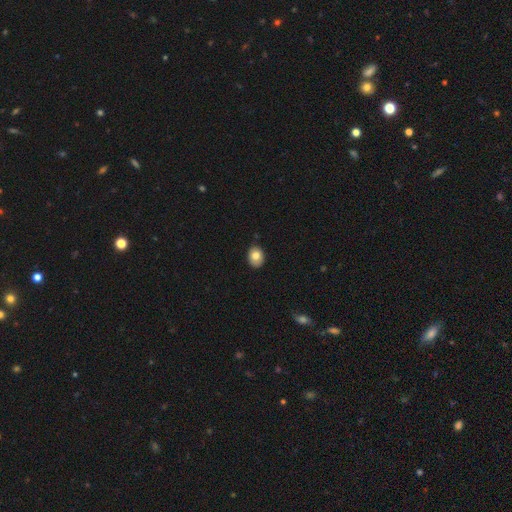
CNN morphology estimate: The model was most divided on "how rounded": in between: 61%, round: 38%, cigar-shaped: 1%. More confident: merging — none (86%); smooth or featured — smooth (79%).